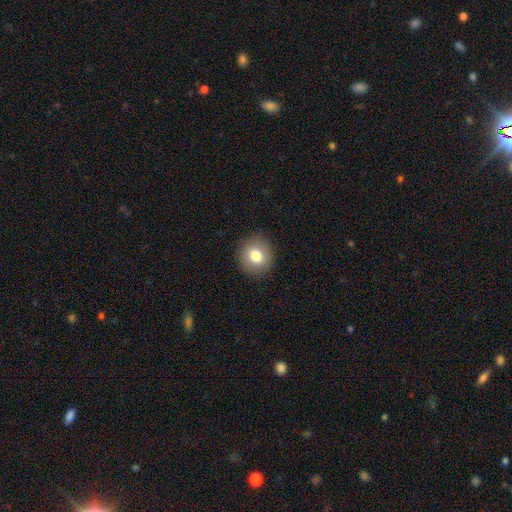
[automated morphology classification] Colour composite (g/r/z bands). It shows a smooth galaxy with no disk features (80%) that is round (81%). Merging: none (89%).